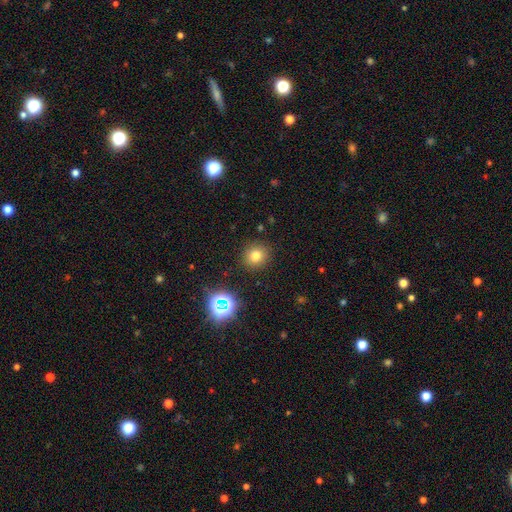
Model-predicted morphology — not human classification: A smooth galaxy with no disk features (73%) that is round (89%).

Vote fractions:
- Smooth or featured? smooth: 73% / star or artifact: 19% / featured or disk: 8%
- How rounded? round: 89% / in between: 10% / cigar-shaped: 1%
- Merging? none: 89% / minor disturbance: 7% / major disturbance: 3% / merger: 2%